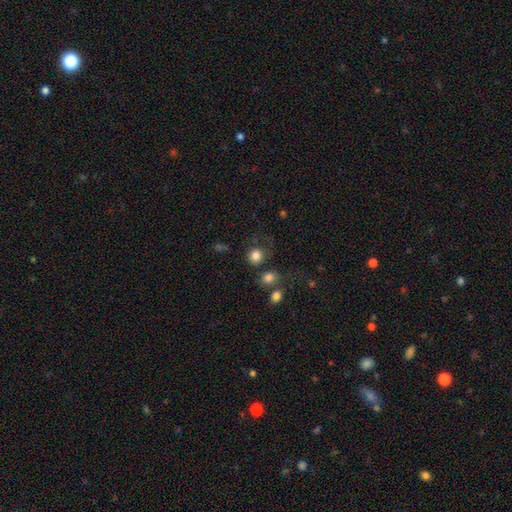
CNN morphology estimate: Smooth or featured: smooth — 82% (star or artifact — 12%)
How rounded: round — 89% (in between — 10%)
Merging: none — 69% (minor disturbance — 13%)